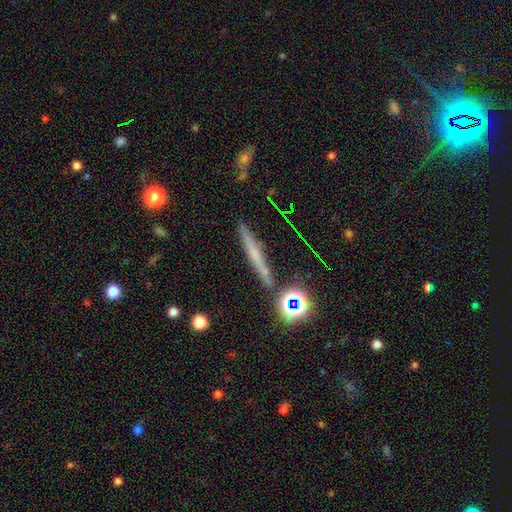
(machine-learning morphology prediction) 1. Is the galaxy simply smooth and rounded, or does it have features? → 41% smooth, 40% featured or disk, 20% star or artifact.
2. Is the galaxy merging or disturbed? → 85% none, 9% minor disturbance, 3% merger, 3% major disturbance.